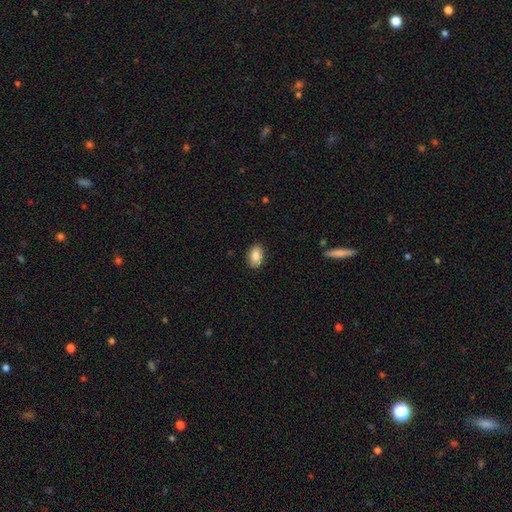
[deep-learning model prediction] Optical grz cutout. It shows a smooth galaxy with no disk features (87%) that is in between round and cigar-shaped (89%). Merging: none (88%).